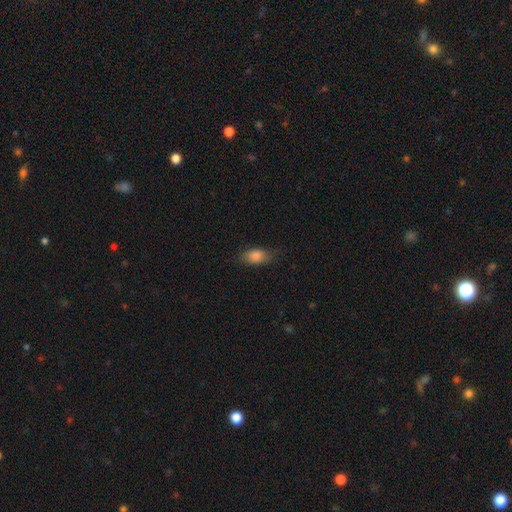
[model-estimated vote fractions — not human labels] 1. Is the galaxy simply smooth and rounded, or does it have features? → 83% smooth, 9% featured or disk, 8% star or artifact.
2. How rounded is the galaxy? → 86% in between, 7% round, 7% cigar-shaped.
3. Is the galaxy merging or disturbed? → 75% none, 19% minor disturbance, 5% major disturbance, 1% merger.